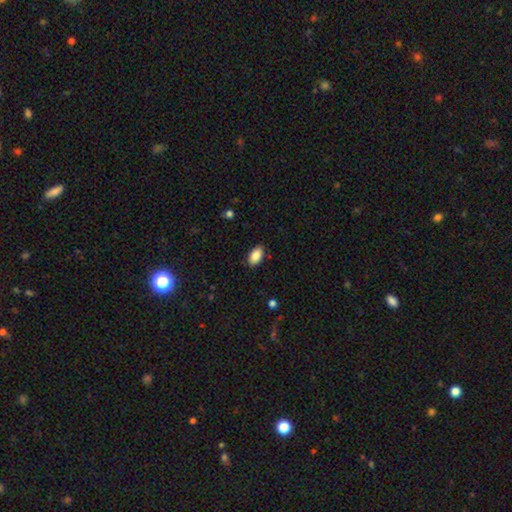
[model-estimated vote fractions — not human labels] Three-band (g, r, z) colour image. It shows a smooth galaxy with no disk features (88%) that is in between round and cigar-shaped (94%). Merging: none (87%).